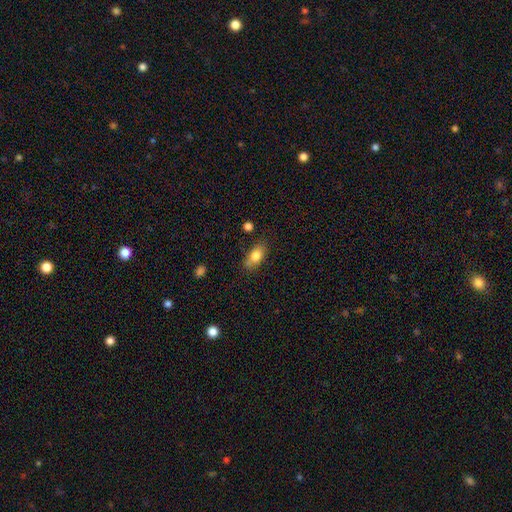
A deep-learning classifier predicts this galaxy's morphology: A smooth galaxy with no disk features (81%) that is in between round and cigar-shaped (84%).

Vote fractions:
- Smooth or featured? smooth: 81% / featured or disk: 11% / star or artifact: 8%
- How rounded? in between: 84% / round: 9% / cigar-shaped: 7%
- Merging? none: 71% / minor disturbance: 20% / major disturbance: 5% / merger: 5%